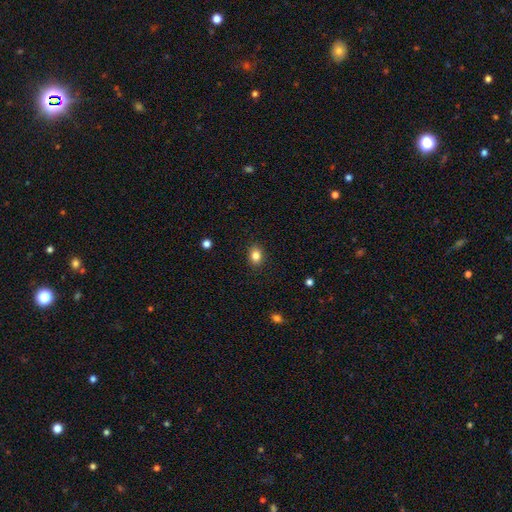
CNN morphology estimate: The model was most divided on "how rounded": in between: 60%, round: 39%, cigar-shaped: 1%. More confident: merging — none (89%); smooth or featured — smooth (85%).